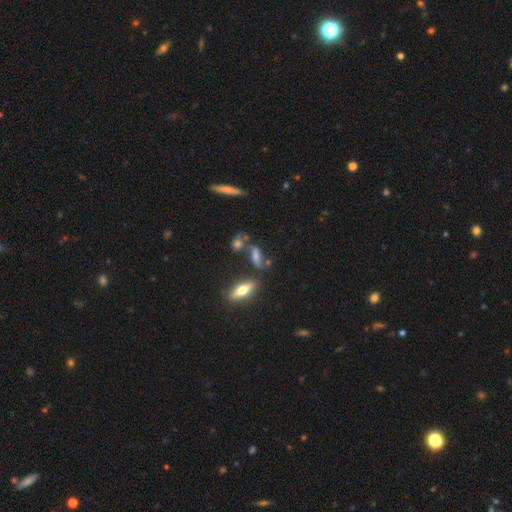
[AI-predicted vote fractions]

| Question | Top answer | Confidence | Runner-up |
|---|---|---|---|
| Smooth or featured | smooth | 47% | featured or disk (36%) |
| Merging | none | 56% | minor disturbance (18%) |